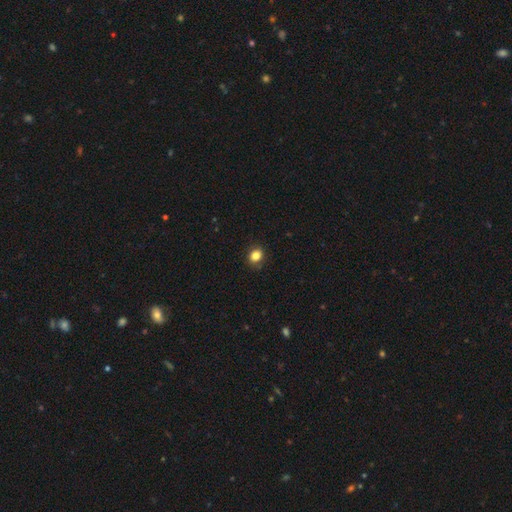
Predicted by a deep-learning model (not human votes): Smooth or featured? smooth (84%)
How rounded? round (64%)
Merging? none (87%)